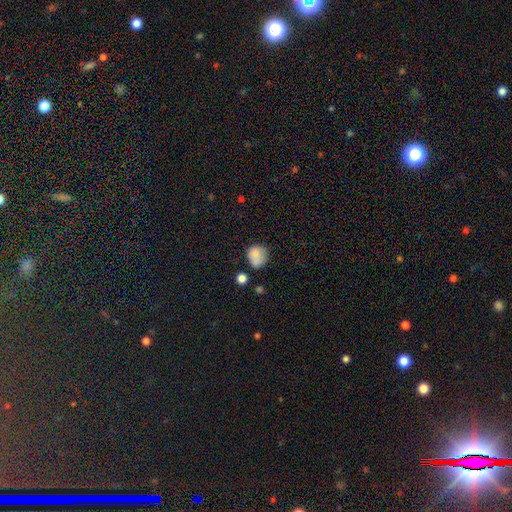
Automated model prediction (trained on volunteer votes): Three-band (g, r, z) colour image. It shows a smooth galaxy with no disk features (82%) that is round (74%). Merging: none (56%).